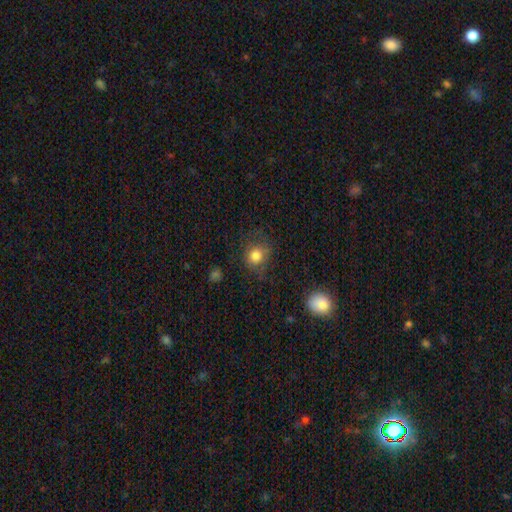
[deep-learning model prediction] smooth 80%, star or artifact 11%, featured or disk 9%. Down the decision tree: how rounded — round (76%); merging — none (64%).